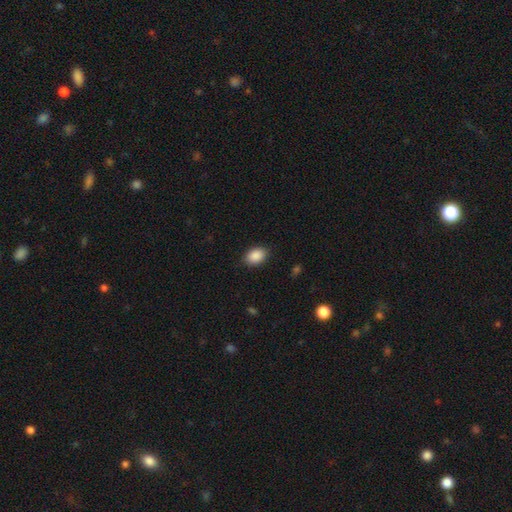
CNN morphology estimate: This appears to be a smooth galaxy with no disk features (89%) that is in between round and cigar-shaped (83%). Merging: none (86%).